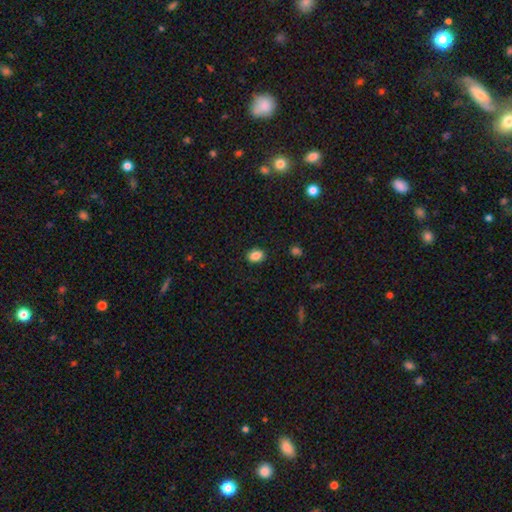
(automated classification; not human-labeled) Smooth or featured? smooth (85%)
How rounded? in between (68%)
Merging? none (88%)